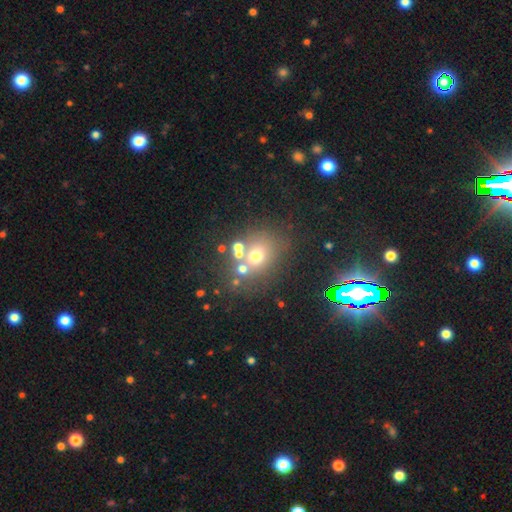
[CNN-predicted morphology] This is possibly a smooth galaxy (56%). How rounded: likely round (65%). Merging: possibly none (58%).